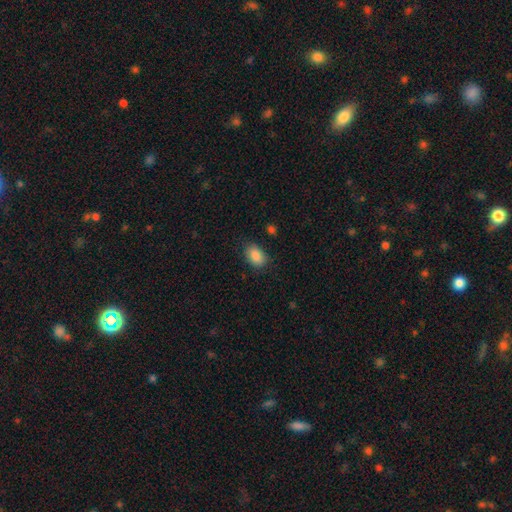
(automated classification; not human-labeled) This appears to be a smooth galaxy with no disk features (87%) that is in between round and cigar-shaped (81%). Merging: none (81%).